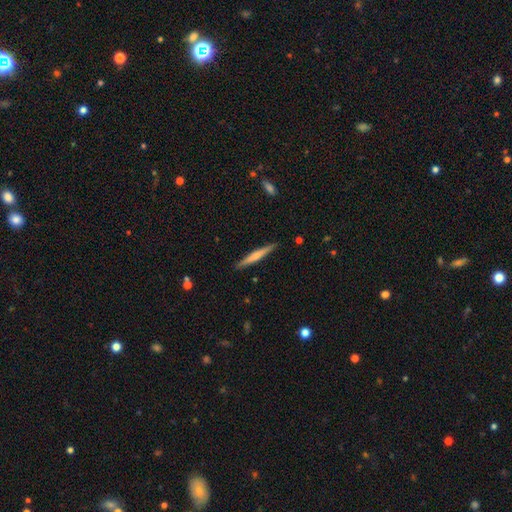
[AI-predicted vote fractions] smooth 53%, featured or disk 42%, star or artifact 5%. Down the decision tree: how rounded — cigar-shaped (96%); merging — none (90%).